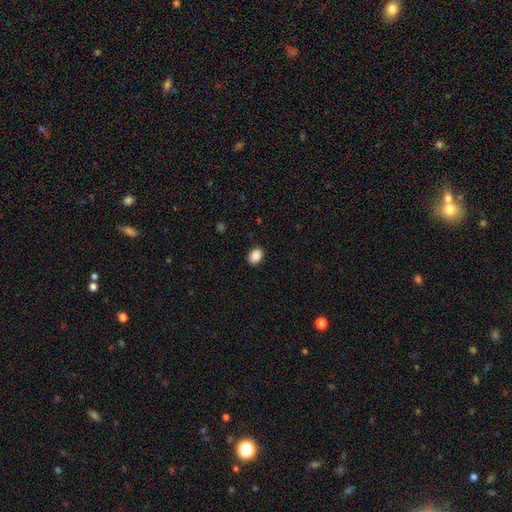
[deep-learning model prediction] Q: Smooth or featured?
A: smooth (89%); runner-up: star or artifact (8%)
Q: How rounded?
A: in between (75%); runner-up: round (24%)
Q: Merging?
A: none (90%); runner-up: minor disturbance (8%)